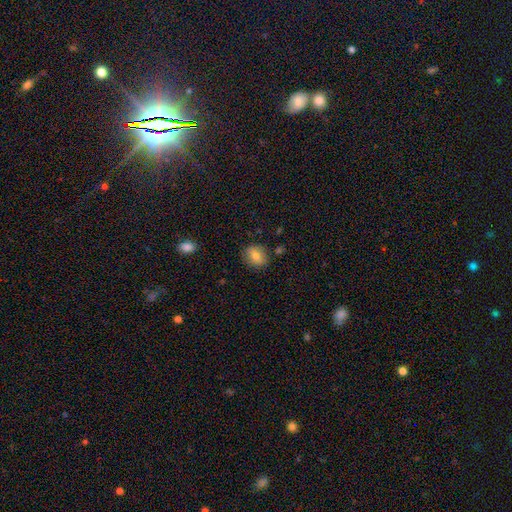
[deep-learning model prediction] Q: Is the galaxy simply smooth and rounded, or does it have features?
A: smooth — 76%.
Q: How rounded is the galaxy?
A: round — 53%.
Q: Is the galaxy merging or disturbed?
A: none — 83%.